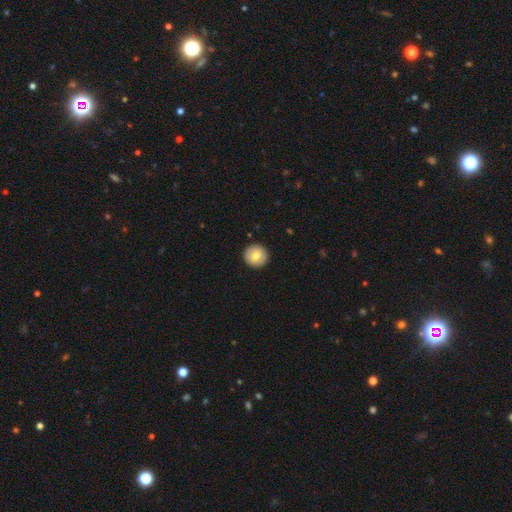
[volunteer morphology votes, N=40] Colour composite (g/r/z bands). It shows a smooth galaxy with no disk features (72%) that is round (100%). Merging: none (81%).